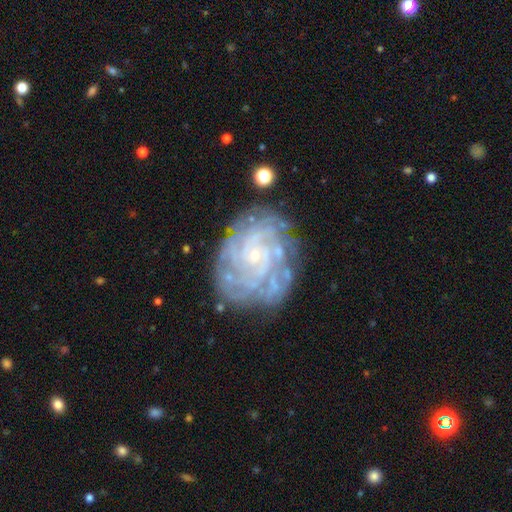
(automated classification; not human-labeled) smooth_or_featured: featured or disk (p=0.87) [alt: smooth p=0.07]
disk_edge_on: no (p=0.98) [alt: yes p=0.02]
bar: no (p=0.78) [alt: weak p=0.18]
has_spiral_arms: yes (p=0.95) [alt: no p=0.05]
spiral_winding: tight (p=0.76) [alt: medium p=0.20]
spiral_arm_count: can't tell (p=0.31) [alt: 4 p=0.23]
bulge_size: small (p=0.87) [alt: moderate p=0.08]
merging: none (p=0.74) [alt: minor disturbance p=0.16]